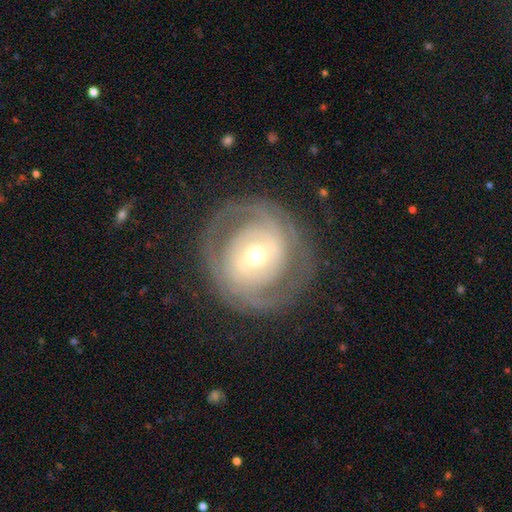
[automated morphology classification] Smooth or featured? featured or disk (76%)
Edge-on disk? no (96%)
Bar? no (56%)
Spiral arms? yes (74%)
Spiral winding? tight (63%)
Spiral arm count? 2 (50%)
Bulge size? moderate (50%)
Merging? none (79%)